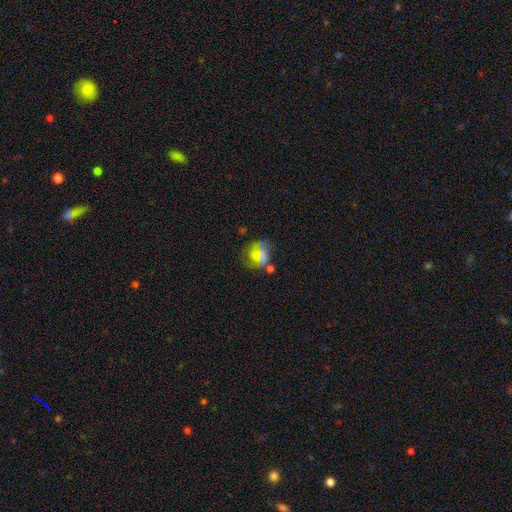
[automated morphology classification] Overall: featured or disk (41%; smooth 36%). Merging: none (47%; major disturbance 19%).